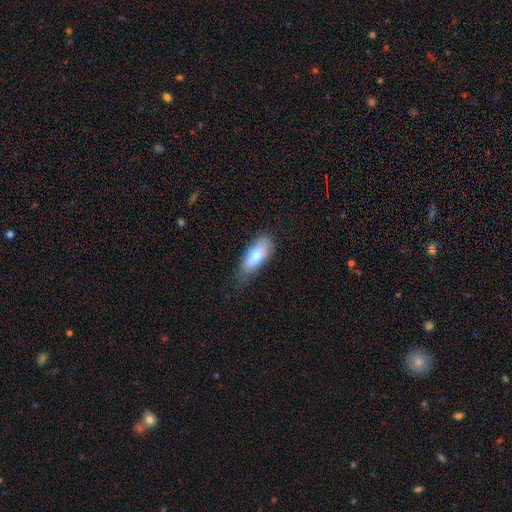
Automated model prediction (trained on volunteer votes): Overall: smooth (77%). How rounded: in between (76%). Merging: none (66%; minor disturbance 27%).